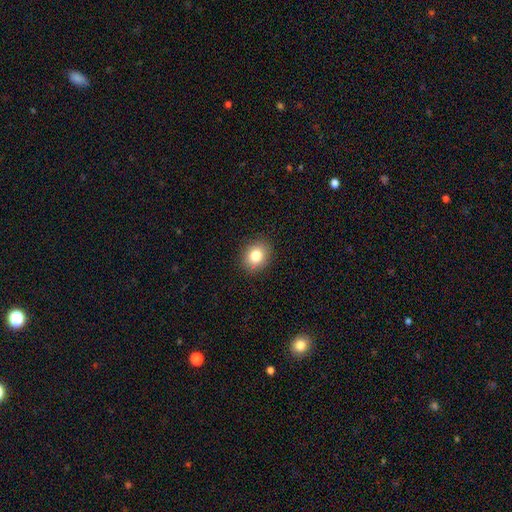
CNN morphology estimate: Smooth or featured? Predicted: smooth (p=0.82). How rounded? Predicted: round (p=0.56). Merging? Predicted: none (p=0.89).